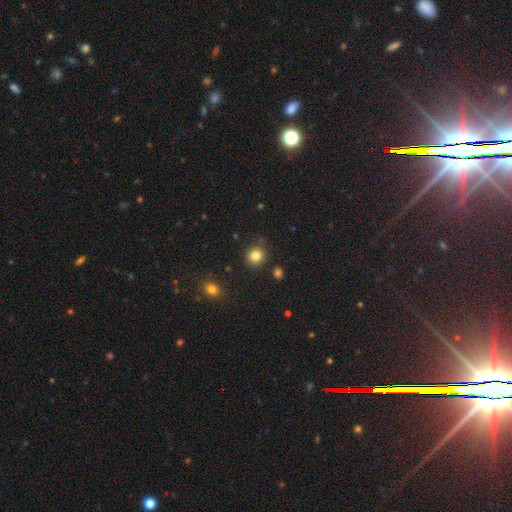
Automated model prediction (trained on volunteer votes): A smooth galaxy with no disk features (83%) that is round (89%). Merging: none (84%).